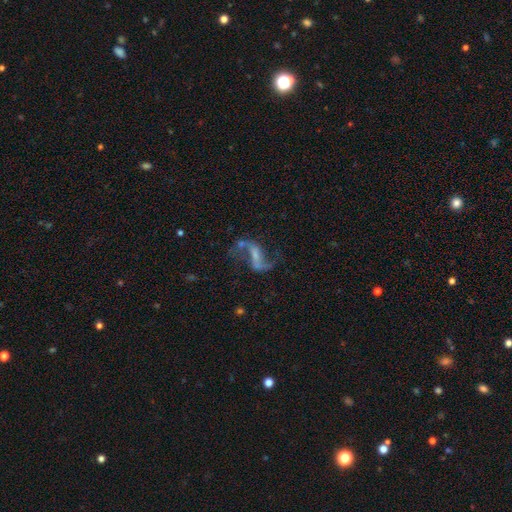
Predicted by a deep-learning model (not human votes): Morphology: type=featured or disk (85%); edge-on=no (97%); bar=weak (42%); spiral arms=yes (93%); winding=loose (85%); arm count=2 (92%); bulge=small (42%); merging=none (62%).